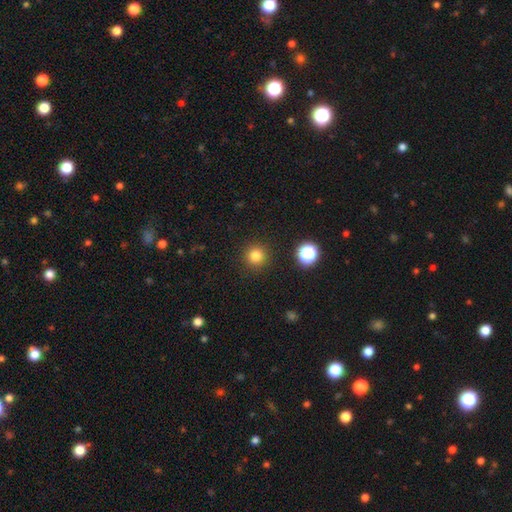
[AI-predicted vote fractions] A smooth galaxy with no disk features (80%) that is round (96%). Merging: none (91%).